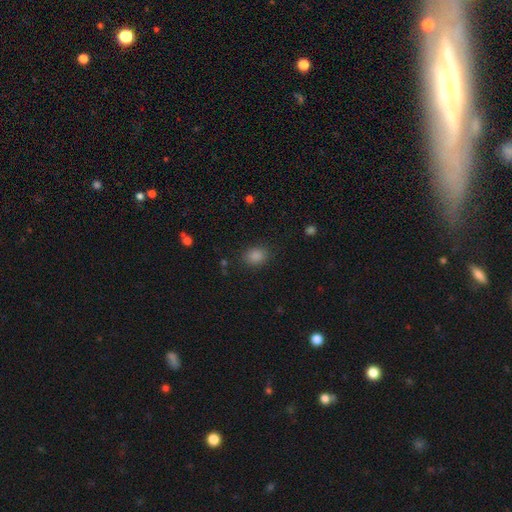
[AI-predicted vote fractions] Smooth or featured? smooth (82%)
How rounded? in between (52%)
Merging? none (86%)